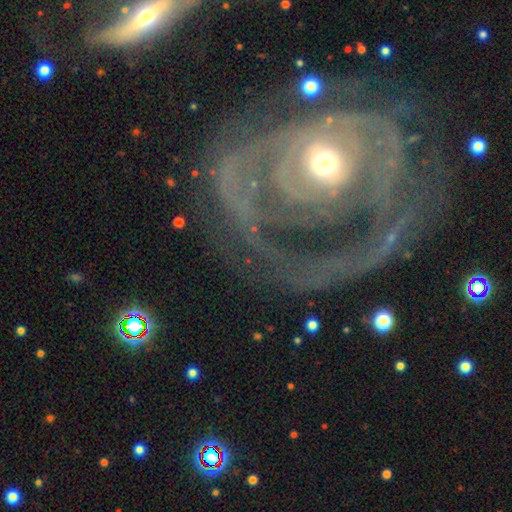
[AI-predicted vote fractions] This is clearly a featured or disk galaxy (81%). It is clearly not viewed edge-on (96%). Bar: likely no (70%). Spiral arm pattern: likely yes (71%). Spiral arm count: marginally can't tell (36%). Spiral winding: likely tight (61%). Central bulge: possibly moderate (59%). Merging: possibly none (48%).